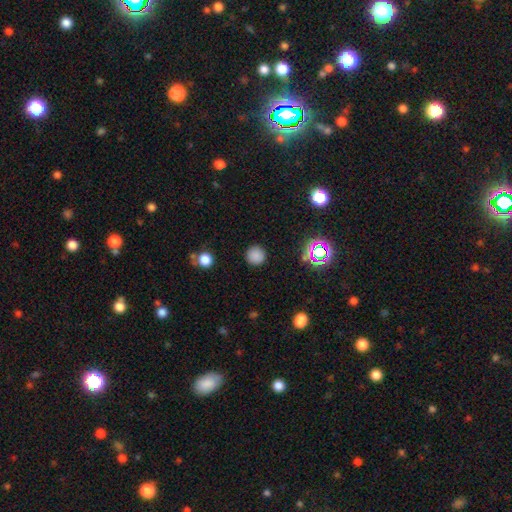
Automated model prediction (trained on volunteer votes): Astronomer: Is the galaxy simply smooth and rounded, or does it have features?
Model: smooth — 79%.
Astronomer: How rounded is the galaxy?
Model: round — 95%.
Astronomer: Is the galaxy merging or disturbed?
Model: none — 89%.